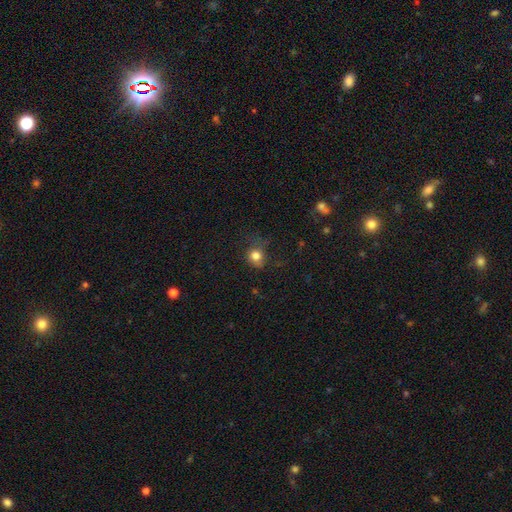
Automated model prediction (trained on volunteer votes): Smooth or featured?
  - smooth: 80% *
  - star or artifact: 13%
  - featured or disk: 7%
How rounded?
  - round: 74% *
  - in between: 25%
  - cigar-shaped: 1%
Merging?
  - none: 63% *
  - minor disturbance: 23%
  - major disturbance: 12%
  - merger: 2%